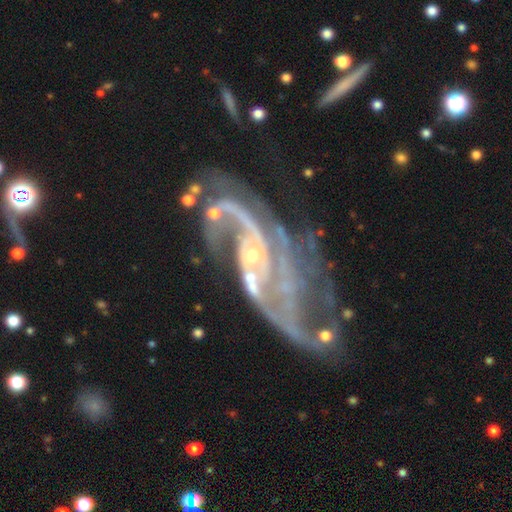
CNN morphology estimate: This is clearly a featured or disk galaxy (90%). It is clearly not viewed edge-on (96%). Bar: possibly no (52%). Spiral arm pattern: clearly yes (96%). Spiral arm count: possibly 2 (47%). Spiral winding: possibly medium (46%). Central bulge: likely small (73%). Merging: marginally none (34%).